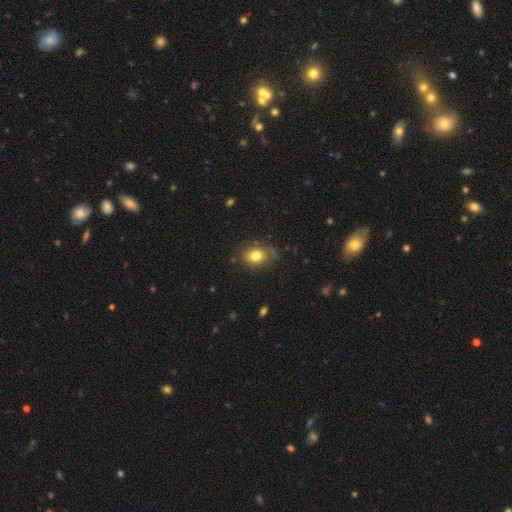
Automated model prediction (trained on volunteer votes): smooth 79%, star or artifact 11%, featured or disk 10%. Down the decision tree: how rounded — in between (57%); merging — none (72%).